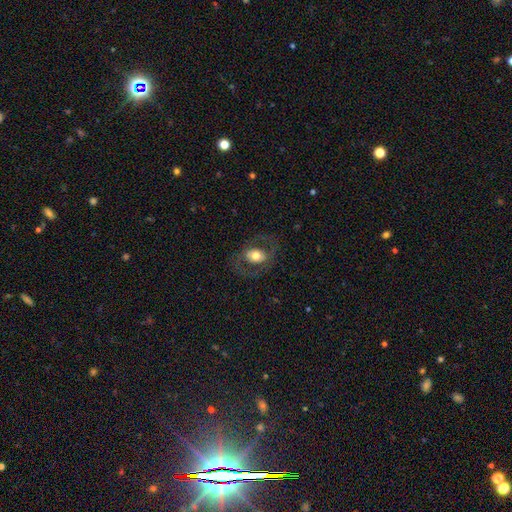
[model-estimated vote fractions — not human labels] featured or disk 49%, smooth 43%, star or artifact 7%. Down the decision tree: merging — none (75%).